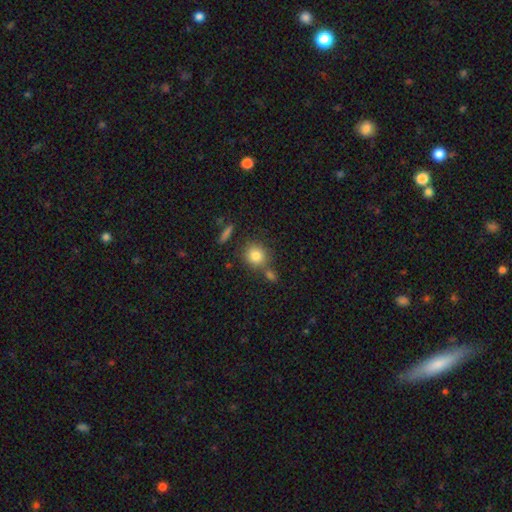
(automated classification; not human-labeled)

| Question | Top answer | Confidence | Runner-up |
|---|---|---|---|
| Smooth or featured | smooth | 82% | star or artifact (10%) |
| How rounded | round | 86% | in between (13%) |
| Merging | none | 68% | merger (17%) |